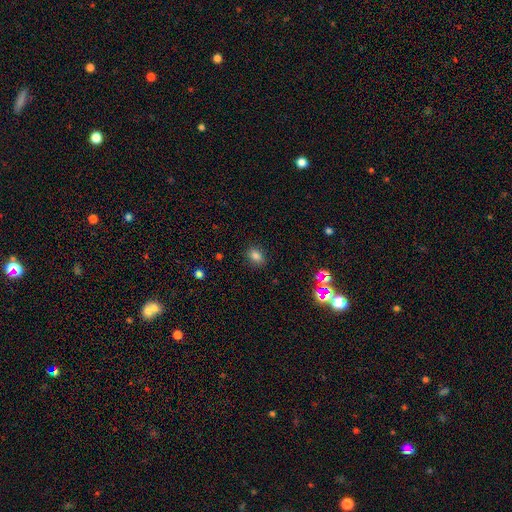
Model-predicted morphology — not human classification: This is likely a smooth galaxy (80%). How rounded: possibly in between (59%). Merging: clearly none (85%).